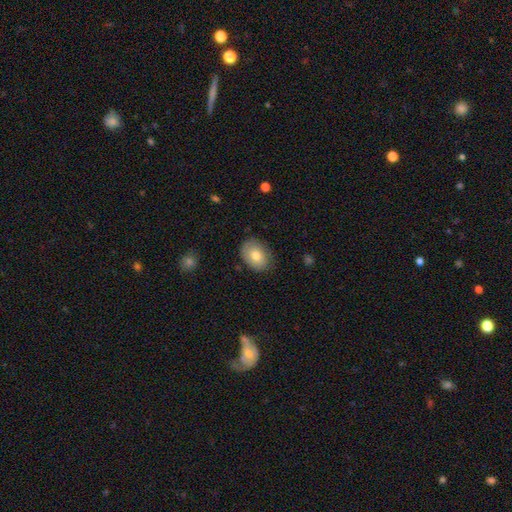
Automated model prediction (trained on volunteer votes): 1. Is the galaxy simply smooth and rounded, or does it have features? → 75% smooth, 17% featured or disk, 7% star or artifact.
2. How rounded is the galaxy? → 74% in between, 25% round, 1% cigar-shaped.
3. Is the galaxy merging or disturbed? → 78% none, 17% minor disturbance, 3% major disturbance, 1% merger.